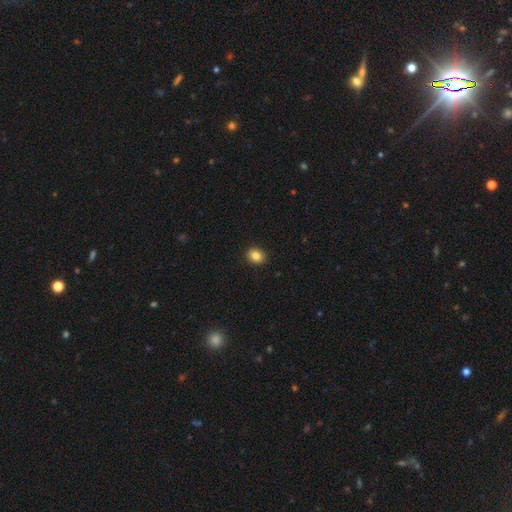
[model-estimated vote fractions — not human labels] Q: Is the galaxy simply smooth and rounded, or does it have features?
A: smooth — 85%.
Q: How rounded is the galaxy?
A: round — 66%.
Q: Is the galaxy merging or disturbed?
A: none — 91%.